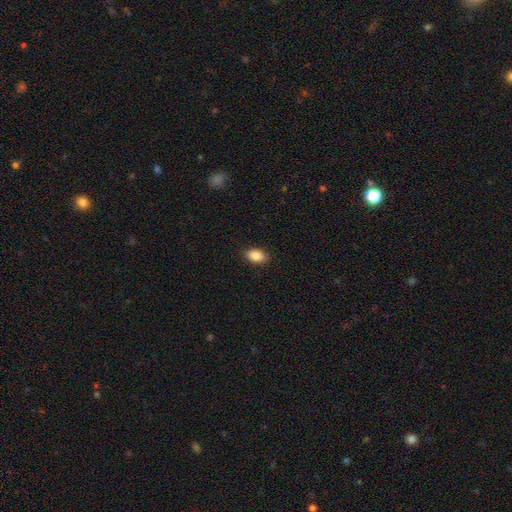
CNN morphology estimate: This is clearly a smooth galaxy (89%). How rounded: clearly in between (90%). Merging: clearly none (89%).